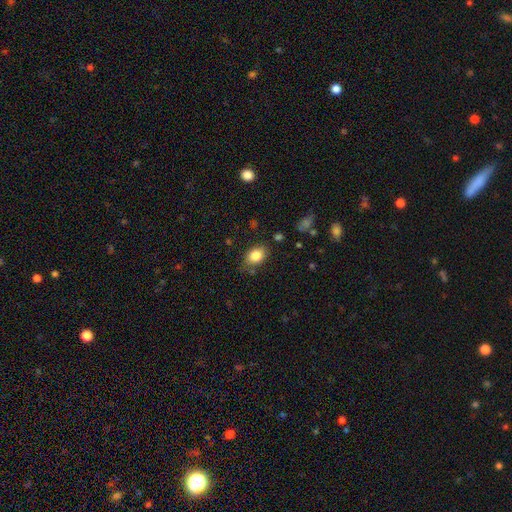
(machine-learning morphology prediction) A smooth galaxy with no disk features (84%) that is in between round and cigar-shaped (69%). Merging: none (76%).